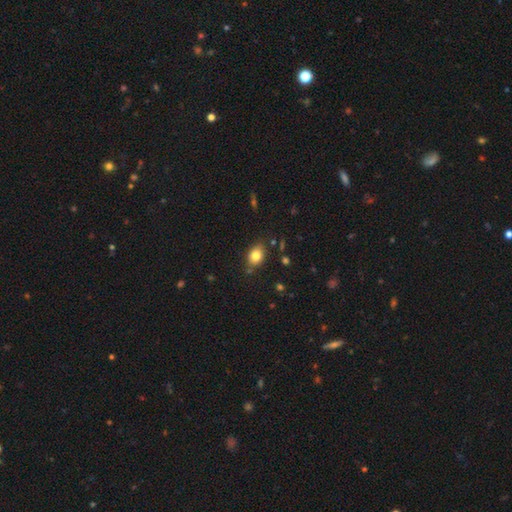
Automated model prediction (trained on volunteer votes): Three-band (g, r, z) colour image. It shows a smooth galaxy with no disk features (81%) that is in between round and cigar-shaped (68%). Merging: none (79%).